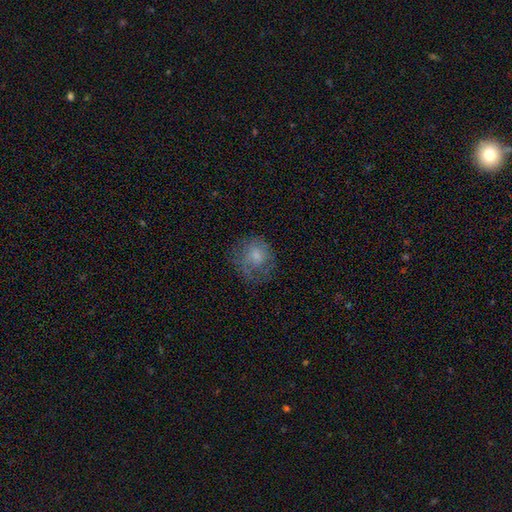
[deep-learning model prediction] Smooth or featured? Predicted: smooth (p=0.62). How rounded? Predicted: round (p=0.75). Merging? Predicted: none (p=0.58).